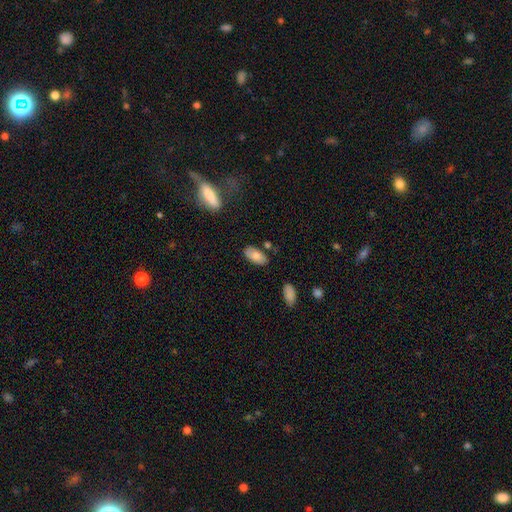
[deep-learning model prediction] smooth_or_featured: smooth (p=0.78) [alt: featured or disk p=0.15]
how_rounded: in between (p=0.93) [alt: cigar-shaped p=0.04]
merging: none (p=0.74) [alt: minor disturbance p=0.17]